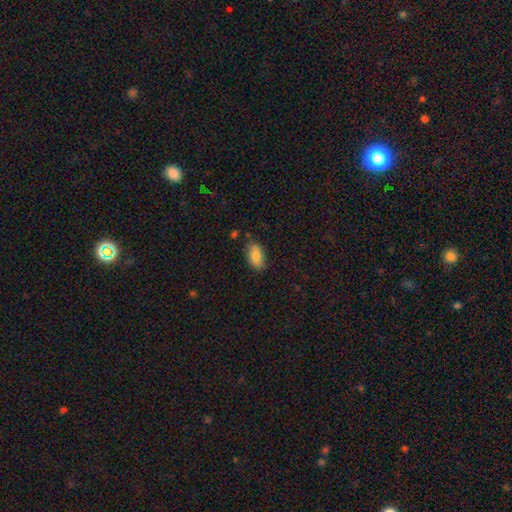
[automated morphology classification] The model was most divided on "merging": none: 81%, minor disturbance: 14%, major disturbance: 3%, merger: 2%. More confident: how rounded — in between (92%); smooth or featured — smooth (82%).